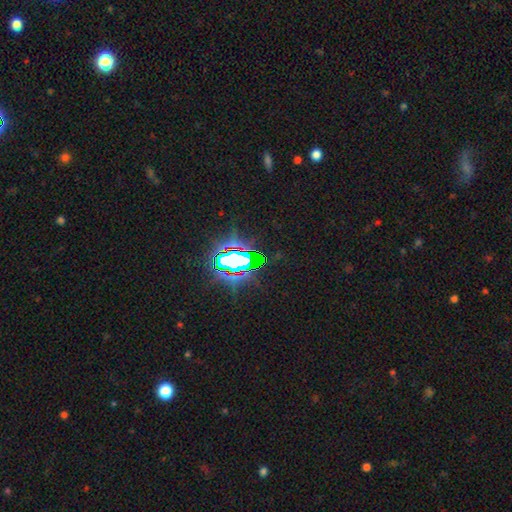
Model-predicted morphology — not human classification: A star or artifact, not a galaxy (84%).

Vote fractions:
- Smooth or featured? star or artifact: 84% / smooth: 9% / featured or disk: 7%